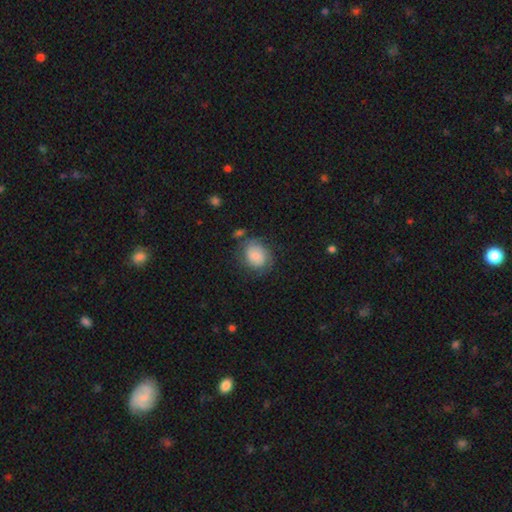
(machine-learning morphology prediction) A smooth galaxy with no disk features (69%) that is round (53%). Merging: none (62%).